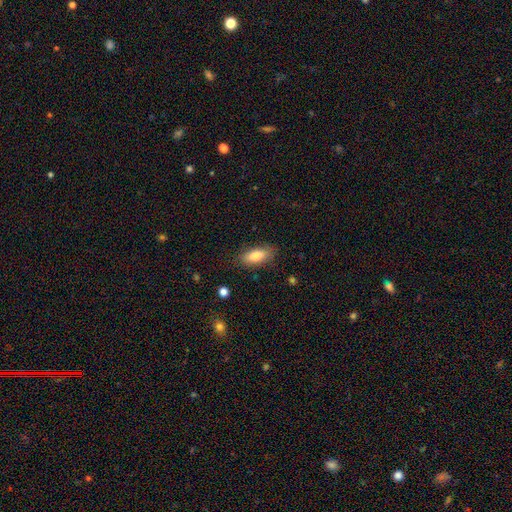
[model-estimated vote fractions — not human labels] Morphology: type=smooth (80%); roundness=in between (79%); merging=none (84%).